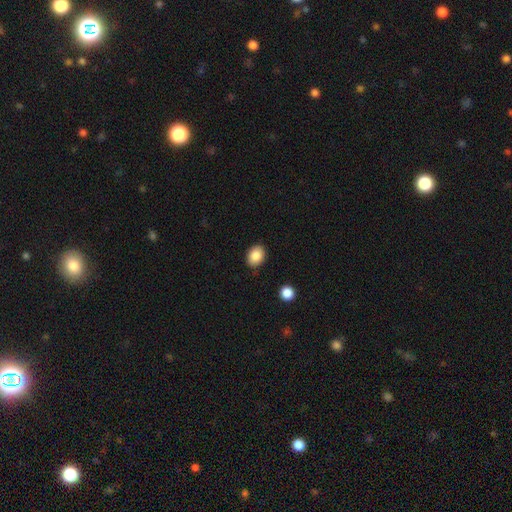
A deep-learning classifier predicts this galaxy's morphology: This is clearly a smooth galaxy (87%). How rounded: likely in between (68%). Merging: clearly none (87%).